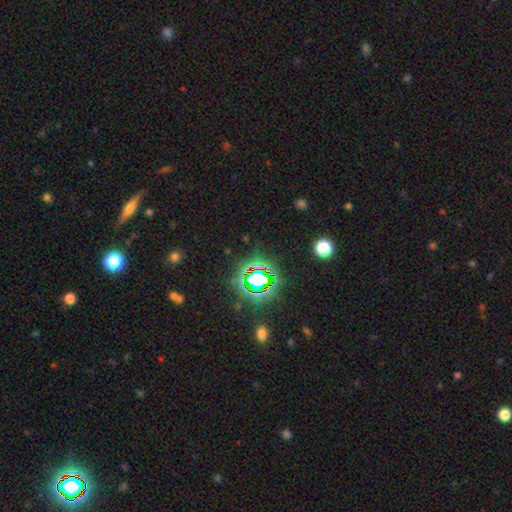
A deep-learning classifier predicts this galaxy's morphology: This appears to be a star or artifact, not a galaxy (78%).